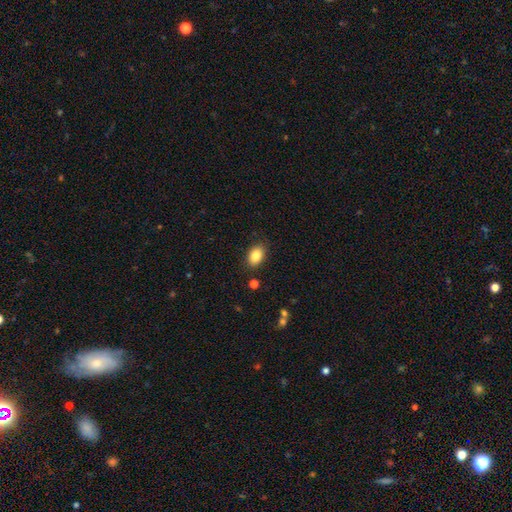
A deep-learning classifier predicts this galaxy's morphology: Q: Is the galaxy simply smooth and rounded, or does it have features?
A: smooth — 87%.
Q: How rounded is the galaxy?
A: in between — 88%.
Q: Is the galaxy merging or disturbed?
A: none — 86%.